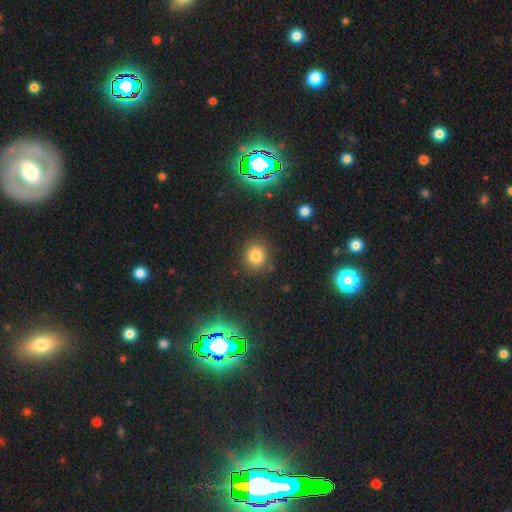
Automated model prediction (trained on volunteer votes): Smooth or featured? smooth (78%)
How rounded? round (80%)
Merging? none (84%)